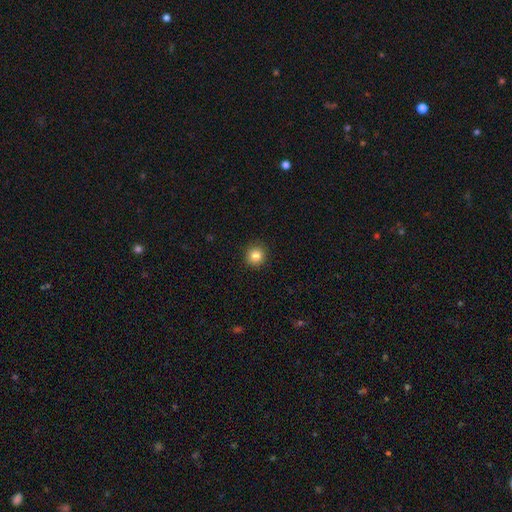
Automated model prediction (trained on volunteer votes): The model was most divided on "smooth or featured": smooth: 84%, star or artifact: 11%, featured or disk: 6%. More confident: how rounded — round (94%); merging — none (92%).